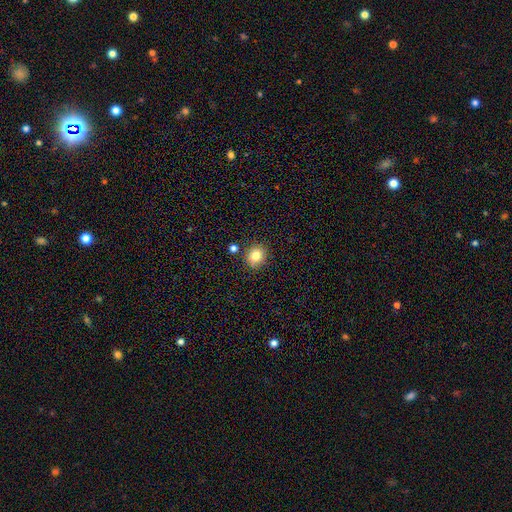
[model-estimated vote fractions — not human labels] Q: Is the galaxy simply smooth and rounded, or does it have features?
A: smooth — 81%.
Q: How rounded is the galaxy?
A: round — 86%.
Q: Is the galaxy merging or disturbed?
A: none — 85%.